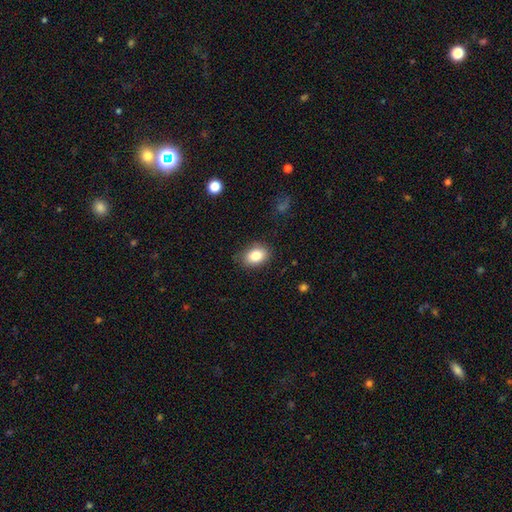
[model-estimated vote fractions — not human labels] Q: Smooth or featured?
A: smooth (84%); runner-up: star or artifact (8%)
Q: How rounded?
A: in between (75%); runner-up: round (23%)
Q: Merging?
A: none (82%); runner-up: minor disturbance (14%)